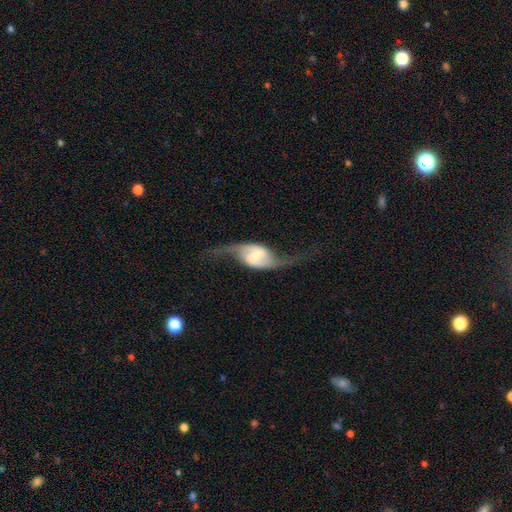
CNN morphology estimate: Overall: featured or disk (85%). Edge-on disk: no (95%). Bar: weak (43%; strong 34%). Spiral arms: yes (96%). Spiral arm count: 2 (94%). Spiral winding: loose (88%). Bulge size: none (34%; small 29%). Merging: none (63%).